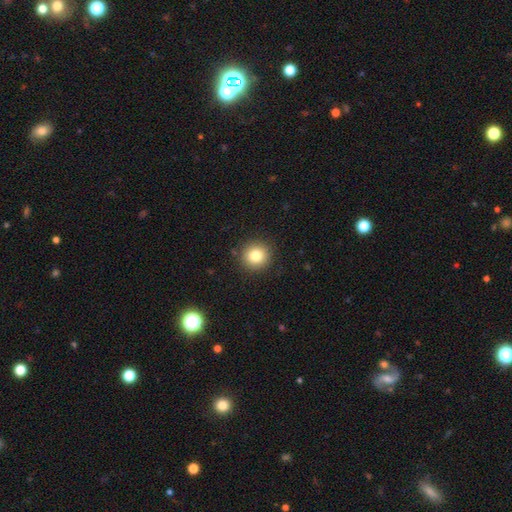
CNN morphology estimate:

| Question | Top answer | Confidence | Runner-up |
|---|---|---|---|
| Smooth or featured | smooth | 81% | star or artifact (11%) |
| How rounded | round | 92% | in between (7%) |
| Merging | none | 90% | minor disturbance (6%) |